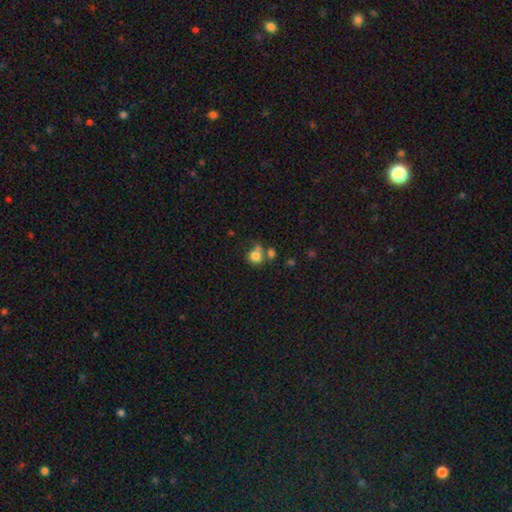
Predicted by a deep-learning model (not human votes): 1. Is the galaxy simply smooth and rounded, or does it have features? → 78% smooth, 11% star or artifact, 10% featured or disk.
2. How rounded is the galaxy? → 81% round, 18% in between, 1% cigar-shaped.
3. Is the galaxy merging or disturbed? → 46% none, 34% merger, 13% minor disturbance, 7% major disturbance.